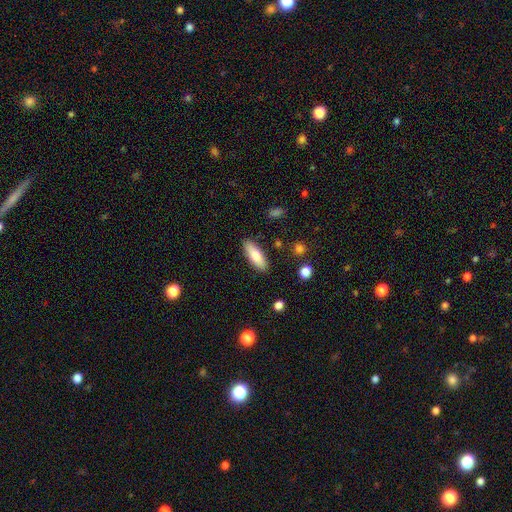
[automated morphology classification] A smooth galaxy with no disk features (75%) that is in between round and cigar-shaped (63%).

Vote fractions:
- Smooth or featured? smooth: 75% / featured or disk: 18% / star or artifact: 6%
- How rounded? in between: 63% / cigar-shaped: 35% / round: 2%
- Merging? none: 87% / minor disturbance: 9% / major disturbance: 2% / merger: 2%